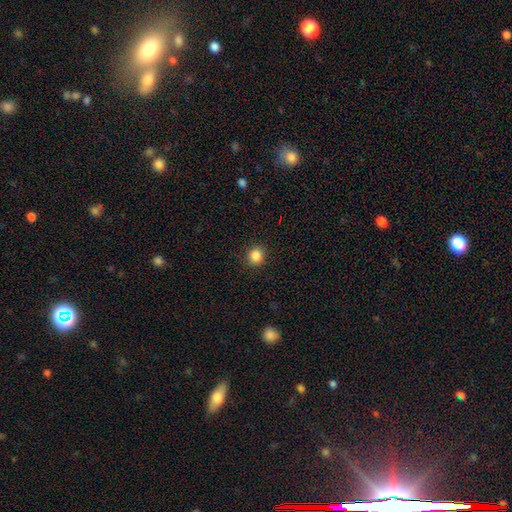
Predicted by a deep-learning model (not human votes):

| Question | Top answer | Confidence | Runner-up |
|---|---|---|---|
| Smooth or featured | smooth | 86% | star or artifact (10%) |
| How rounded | round | 86% | in between (13%) |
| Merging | none | 90% | minor disturbance (6%) |